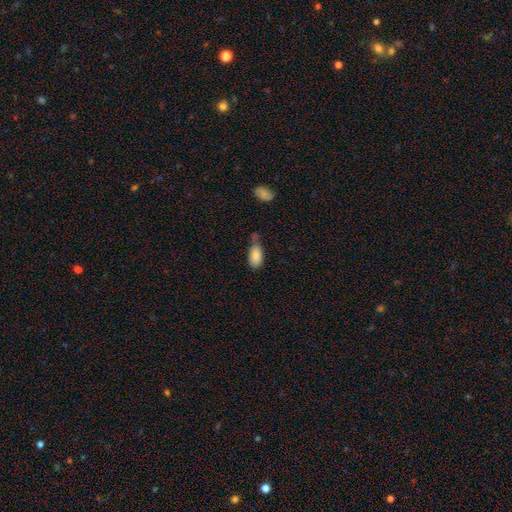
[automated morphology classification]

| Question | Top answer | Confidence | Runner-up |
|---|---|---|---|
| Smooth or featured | smooth | 84% | featured or disk (8%) |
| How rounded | in between | 93% | cigar-shaped (4%) |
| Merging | none | 46% | minor disturbance (32%) |